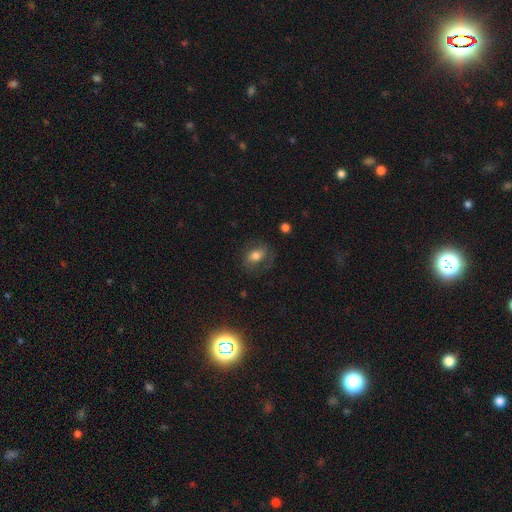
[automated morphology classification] Smooth or featured?
  - smooth: 64% *
  - featured or disk: 25%
  - star or artifact: 11%
How rounded?
  - in between: 70% *
  - round: 27%
  - cigar-shaped: 2%
Merging?
  - none: 65% *
  - minor disturbance: 20%
  - major disturbance: 13%
  - merger: 2%